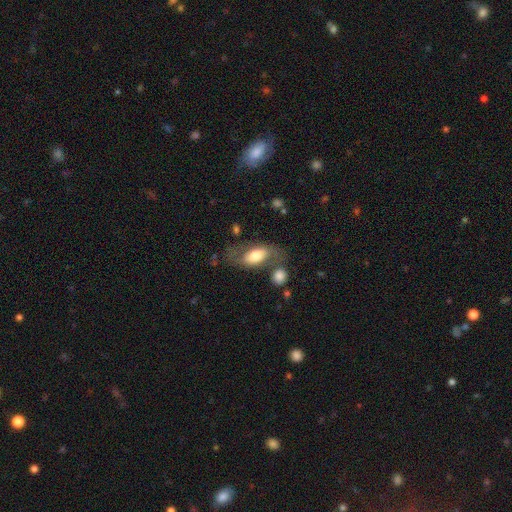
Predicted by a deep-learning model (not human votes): Smooth or featured: smooth — 61% (featured or disk — 33%)
How rounded: in between — 89% (round — 6%)
Merging: none — 53% (minor disturbance — 19%)